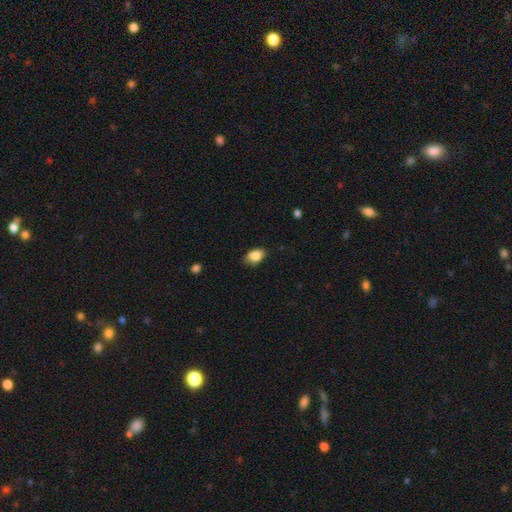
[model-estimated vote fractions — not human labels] Smooth or featured?
  - smooth: 86% *
  - star or artifact: 8%
  - featured or disk: 6%
How rounded?
  - in between: 84% *
  - round: 14%
  - cigar-shaped: 1%
Merging?
  - none: 77% *
  - minor disturbance: 19%
  - major disturbance: 3%
  - merger: 1%